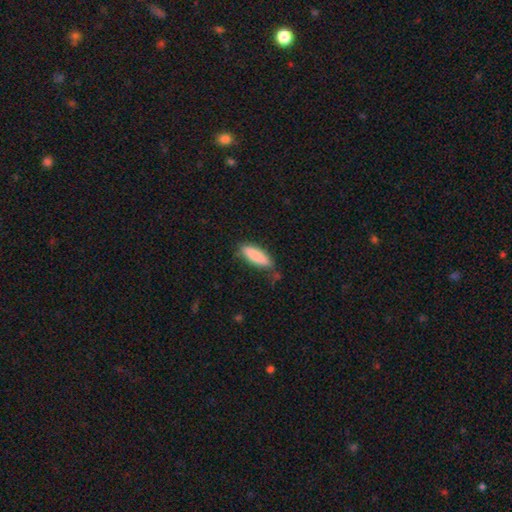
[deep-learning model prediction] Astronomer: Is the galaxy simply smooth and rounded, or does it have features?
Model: smooth — 86%.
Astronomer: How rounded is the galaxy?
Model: cigar-shaped — 57% (runner-up: in between, 42%).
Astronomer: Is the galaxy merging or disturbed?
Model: none — 72%.